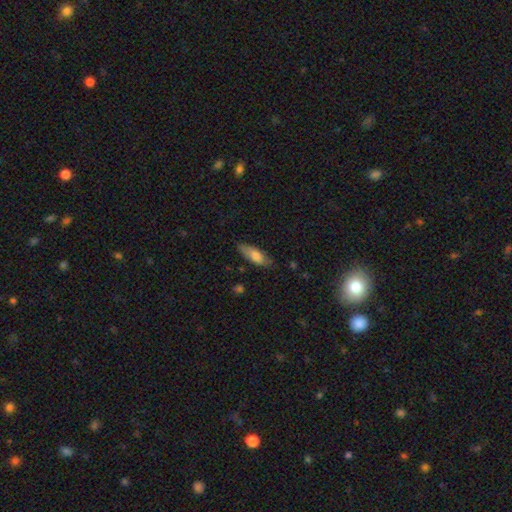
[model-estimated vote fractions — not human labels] A smooth galaxy with no disk features (76%) that is in between round and cigar-shaped (66%). Merging: none (72%).